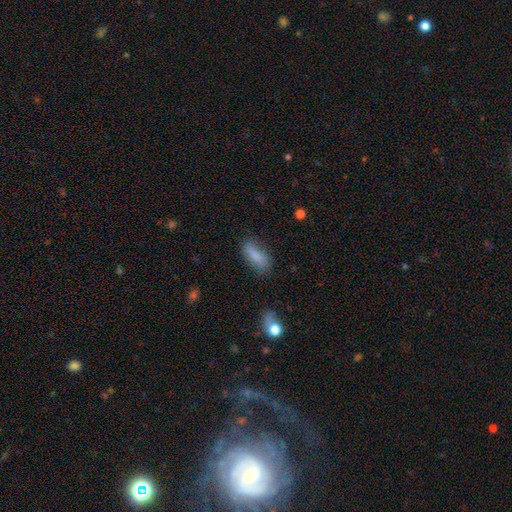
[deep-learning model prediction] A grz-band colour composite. It shows a smooth galaxy with no disk features (80%) that is in between round and cigar-shaped (76%). Merging: none (63%).